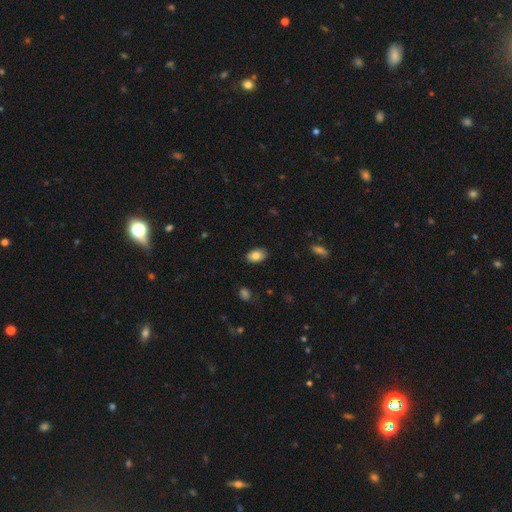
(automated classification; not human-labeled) Smooth or featured? smooth (82%)
How rounded? in between (90%)
Merging? none (87%)